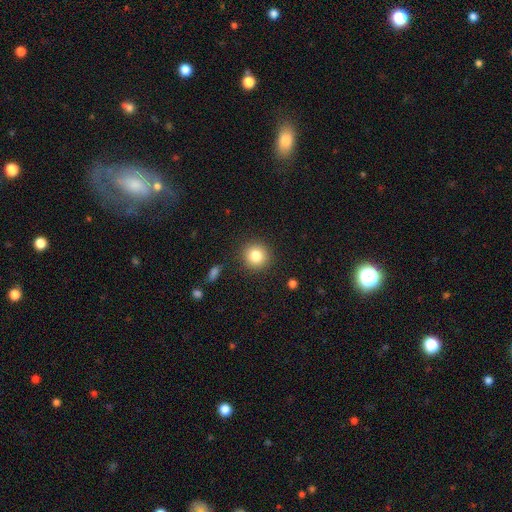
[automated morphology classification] Smooth or featured? smooth (82%)
How rounded? round (93%)
Merging? none (90%)